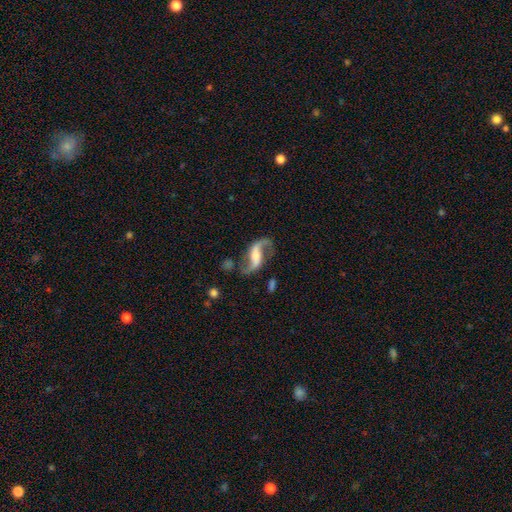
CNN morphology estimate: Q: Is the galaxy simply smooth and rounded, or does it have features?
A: featured or disk — 89%.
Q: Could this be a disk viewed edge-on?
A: no — 97%.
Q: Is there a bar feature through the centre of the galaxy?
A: strong — 37%.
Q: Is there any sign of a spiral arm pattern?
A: yes — 97%.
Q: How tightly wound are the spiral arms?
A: loose — 76%.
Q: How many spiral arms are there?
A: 2 — 93%.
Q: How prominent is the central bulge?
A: none — 32%.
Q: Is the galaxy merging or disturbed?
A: none — 72%.